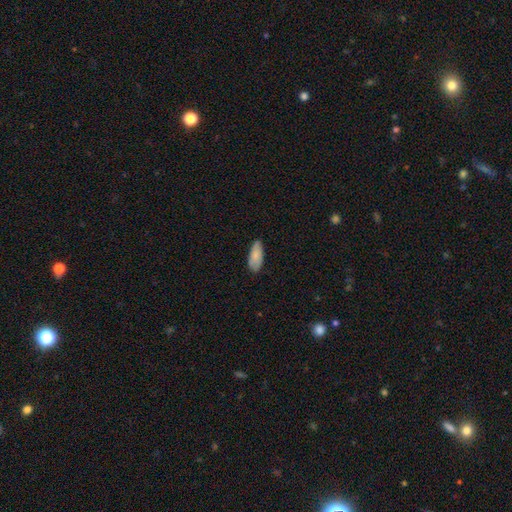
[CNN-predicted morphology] Smooth or featured? Predicted: smooth (p=0.82). How rounded? Predicted: in between (p=0.84). Merging? Predicted: none (p=0.74).